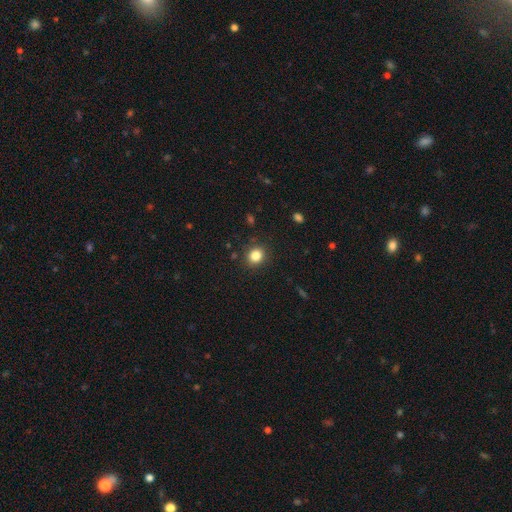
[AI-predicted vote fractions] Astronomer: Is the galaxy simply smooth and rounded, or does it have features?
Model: smooth — 83%.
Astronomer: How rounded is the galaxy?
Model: round — 81%.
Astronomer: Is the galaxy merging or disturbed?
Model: none — 88%.